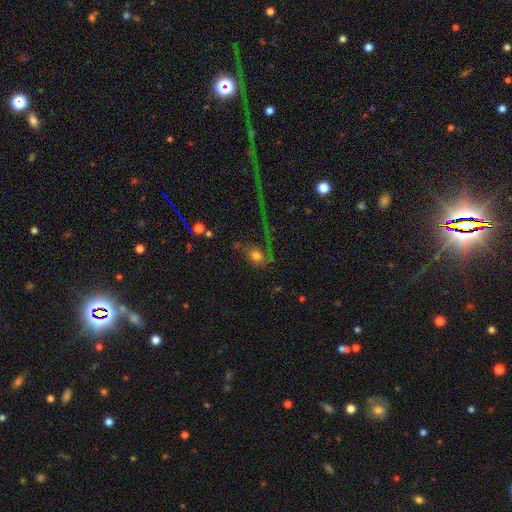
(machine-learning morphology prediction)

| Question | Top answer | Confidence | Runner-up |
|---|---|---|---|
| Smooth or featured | smooth | 55% | featured or disk (26%) |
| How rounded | in between | 49% | round (48%) |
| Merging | none | 40% | major disturbance (36%) |